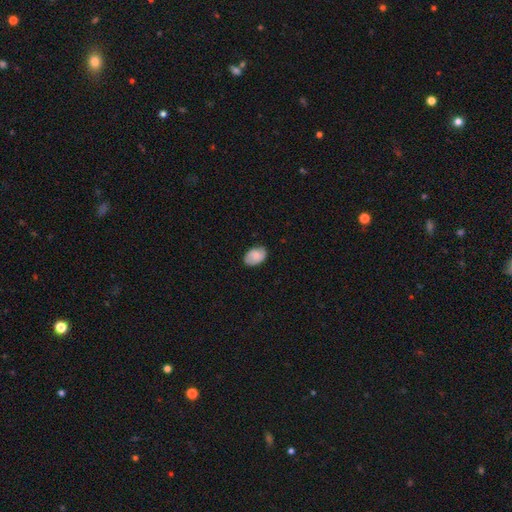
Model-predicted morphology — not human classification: Smooth or featured: smooth — 80% (featured or disk — 13%)
How rounded: in between — 85% (round — 14%)
Merging: none — 80% (minor disturbance — 17%)